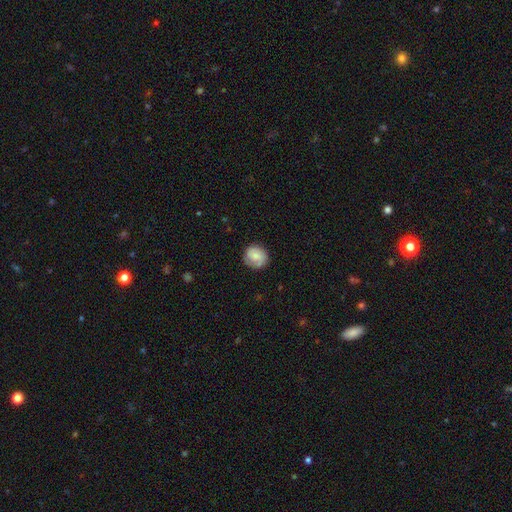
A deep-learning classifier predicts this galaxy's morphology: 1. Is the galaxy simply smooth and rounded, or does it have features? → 62% smooth, 31% featured or disk, 7% star or artifact.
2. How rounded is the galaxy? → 82% round, 17% in between, 1% cigar-shaped.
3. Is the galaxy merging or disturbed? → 77% none, 18% minor disturbance, 4% major disturbance, 1% merger.